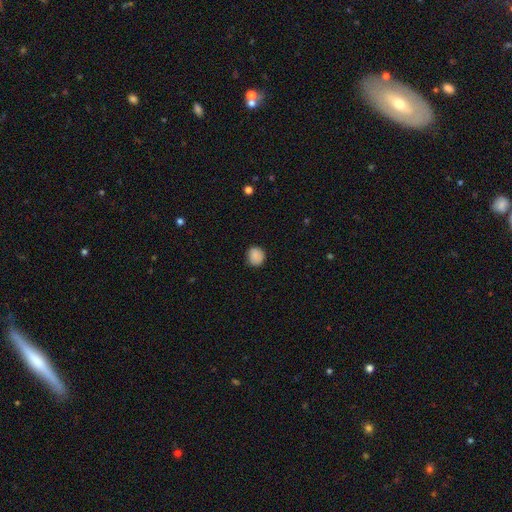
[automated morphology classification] This is clearly a smooth galaxy (88%). How rounded: clearly round (82%). Merging: clearly none (85%).